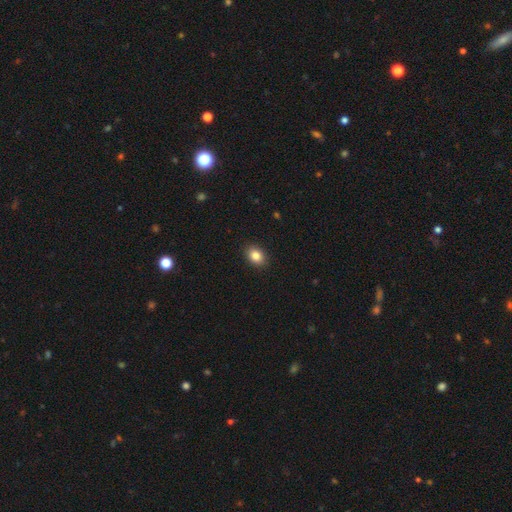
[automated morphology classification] Overall: smooth (85%). How rounded: in between (65%; round 34%). Merging: none (90%).